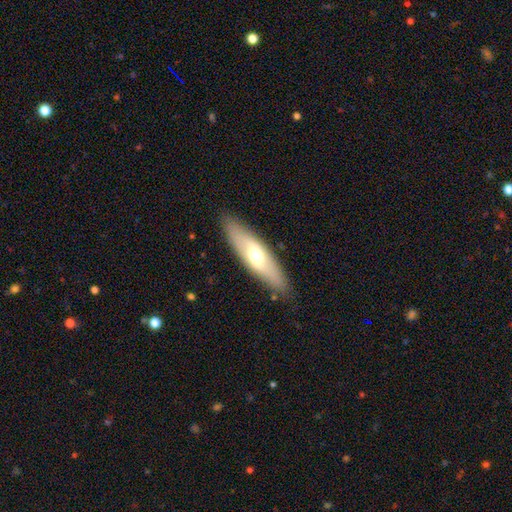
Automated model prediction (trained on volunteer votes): smooth_or_featured: smooth (p=0.49) [alt: featured or disk p=0.46]
merging: none (p=0.87) [alt: minor disturbance p=0.10]